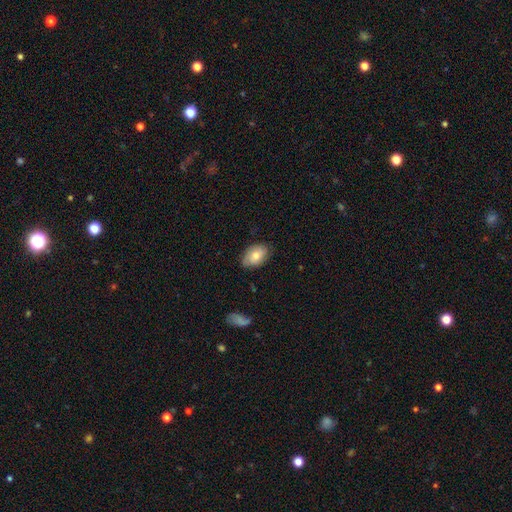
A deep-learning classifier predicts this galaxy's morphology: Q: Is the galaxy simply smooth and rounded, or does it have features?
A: smooth — 68%.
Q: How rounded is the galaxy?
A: in between — 87%.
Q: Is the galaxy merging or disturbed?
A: none — 74%.